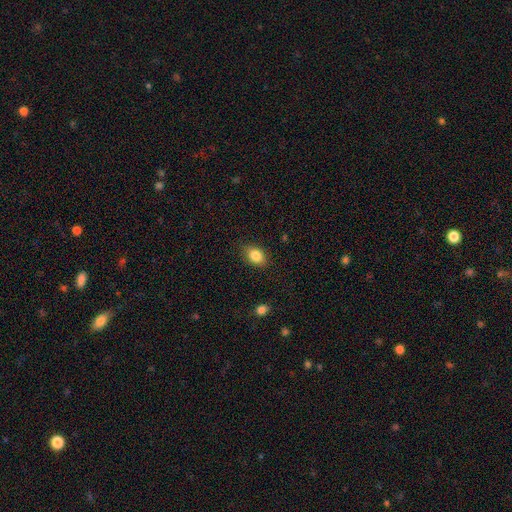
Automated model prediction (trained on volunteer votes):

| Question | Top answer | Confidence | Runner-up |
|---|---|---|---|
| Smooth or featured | smooth | 85% | star or artifact (8%) |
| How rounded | in between | 78% | round (20%) |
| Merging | none | 84% | minor disturbance (12%) |